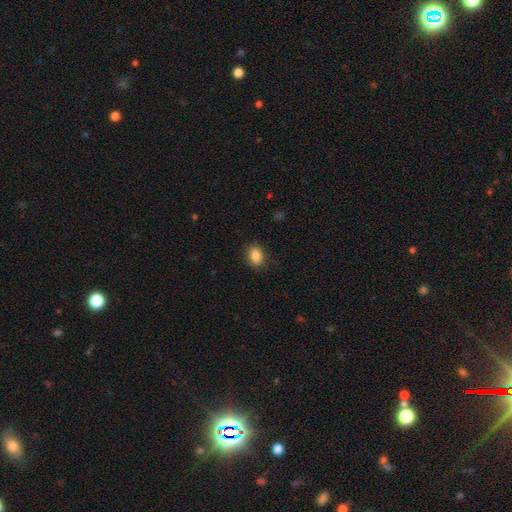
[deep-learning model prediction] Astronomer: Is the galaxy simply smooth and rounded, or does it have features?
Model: smooth — 85%.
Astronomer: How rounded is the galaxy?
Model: in between — 63%.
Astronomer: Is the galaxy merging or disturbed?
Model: none — 88%.